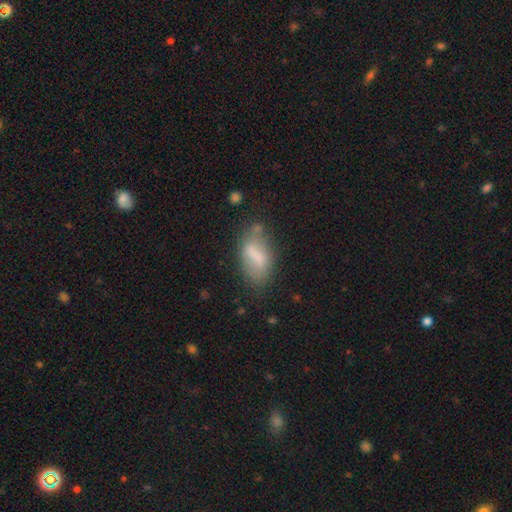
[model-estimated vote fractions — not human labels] This is likely a smooth galaxy (66%). How rounded: clearly in between (87%). Merging: possibly none (51%).